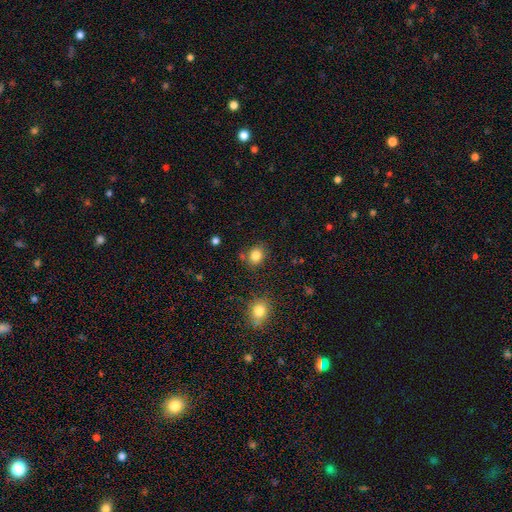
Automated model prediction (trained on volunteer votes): Smooth or featured? Predicted: smooth (p=0.83). How rounded? Predicted: round (p=0.61). Merging? Predicted: none (p=0.77).